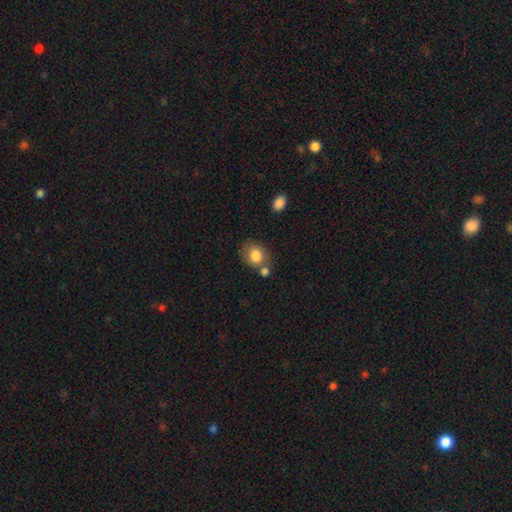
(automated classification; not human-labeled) A smooth galaxy with no disk features (81%) that is in between round and cigar-shaped (51%).

Vote fractions:
- Smooth or featured? smooth: 81% / featured or disk: 11% / star or artifact: 8%
- How rounded? in between: 51% / round: 48% / cigar-shaped: 1%
- Merging? none: 55% / merger: 23% / minor disturbance: 16% / major disturbance: 6%